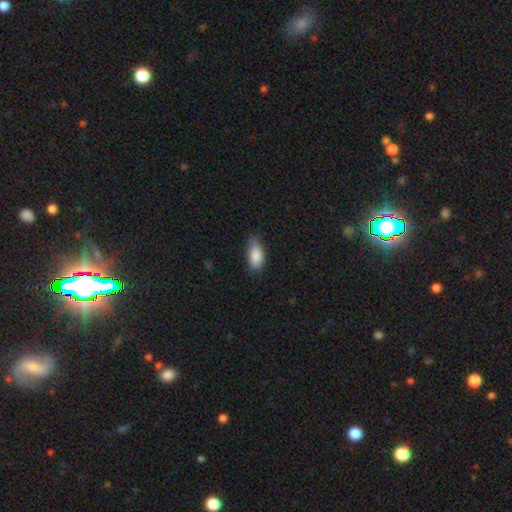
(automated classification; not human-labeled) The model was most divided on "merging": none: 64%, minor disturbance: 30%, major disturbance: 4%, merger: 1%. More confident: how rounded — in between (89%); smooth or featured — smooth (86%).